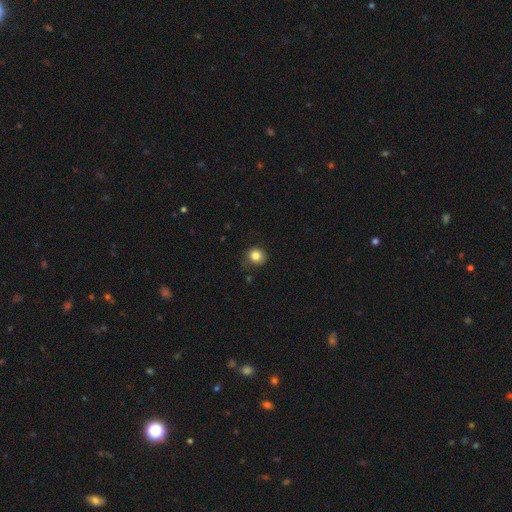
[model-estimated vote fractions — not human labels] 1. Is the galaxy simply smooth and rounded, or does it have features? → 84% smooth, 10% star or artifact, 6% featured or disk.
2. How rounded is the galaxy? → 86% round, 13% in between, 1% cigar-shaped.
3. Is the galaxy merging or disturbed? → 80% none, 16% minor disturbance, 4% major disturbance, 1% merger.